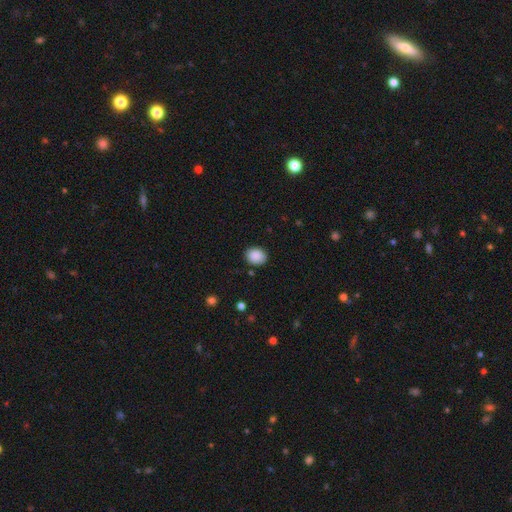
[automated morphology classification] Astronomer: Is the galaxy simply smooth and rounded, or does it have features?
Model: smooth — 89%.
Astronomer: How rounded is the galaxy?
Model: in between — 50% (runner-up: round, 49%).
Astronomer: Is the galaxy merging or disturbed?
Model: none — 86%.